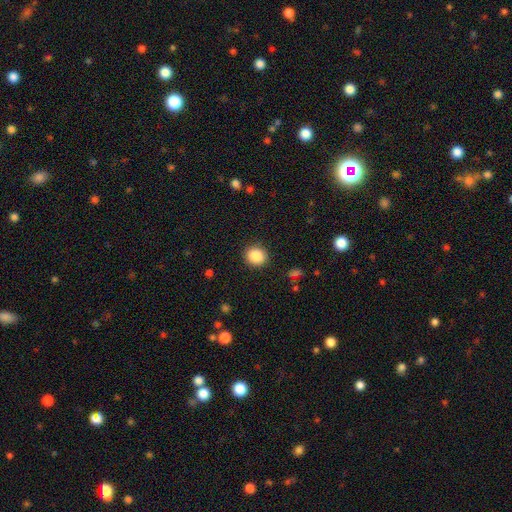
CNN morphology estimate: Overall: smooth (86%). How rounded: round (81%). Merging: none (90%).